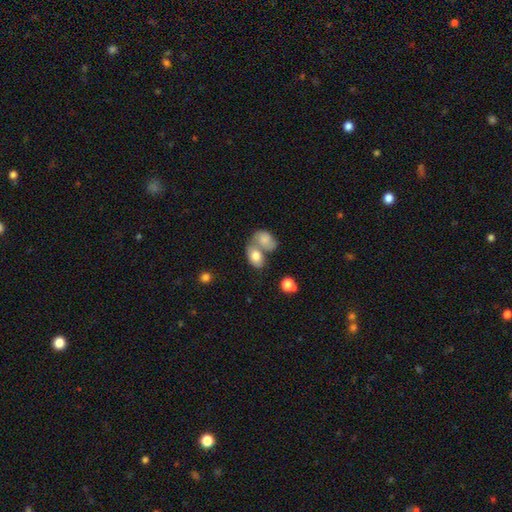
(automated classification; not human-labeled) The model was most divided on "merging": merger: 57%, none: 27%, minor disturbance: 10%, major disturbance: 5%. More confident: how rounded — in between (82%); smooth or featured — smooth (77%).